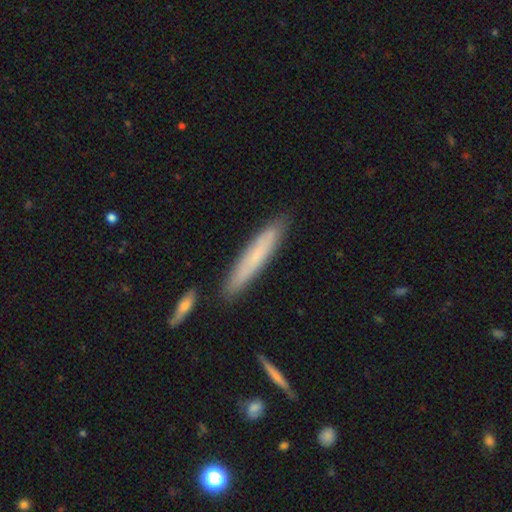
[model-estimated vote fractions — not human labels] Smooth or featured? smooth (67%)
How rounded? cigar-shaped (93%)
Merging? none (85%)